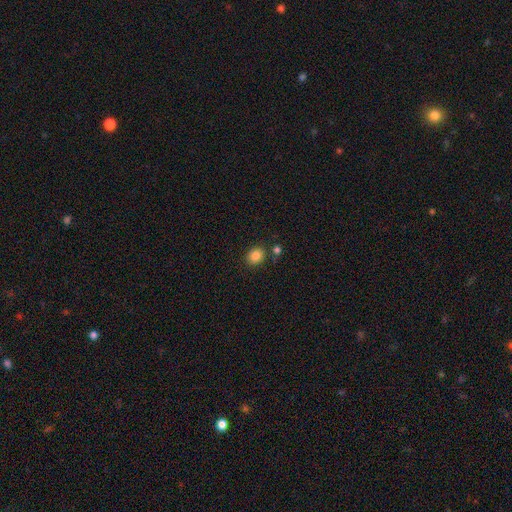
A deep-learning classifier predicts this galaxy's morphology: Smooth or featured: smooth — 85% (star or artifact — 10%)
How rounded: round — 56% (in between — 43%)
Merging: none — 80% (minor disturbance — 10%)